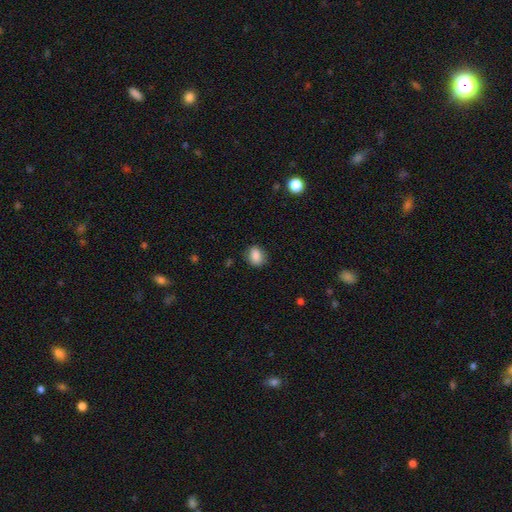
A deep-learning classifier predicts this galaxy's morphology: A smooth galaxy with no disk features (86%) that is in between round and cigar-shaped (55%). Merging: none (82%).